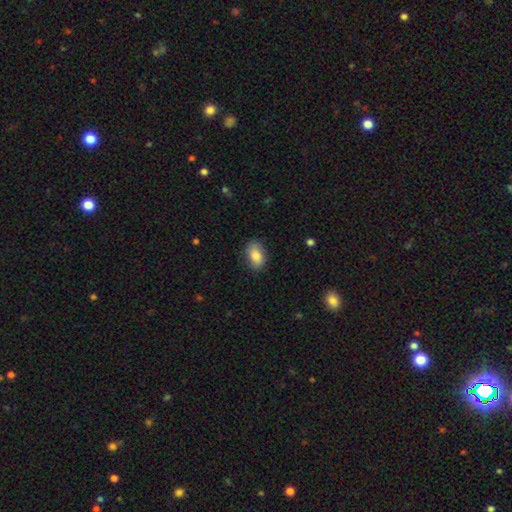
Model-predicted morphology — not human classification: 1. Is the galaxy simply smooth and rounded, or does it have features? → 86% smooth, 7% featured or disk, 7% star or artifact.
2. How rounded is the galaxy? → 90% in between, 8% round, 2% cigar-shaped.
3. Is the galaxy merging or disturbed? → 83% none, 13% minor disturbance, 3% major disturbance, 1% merger.